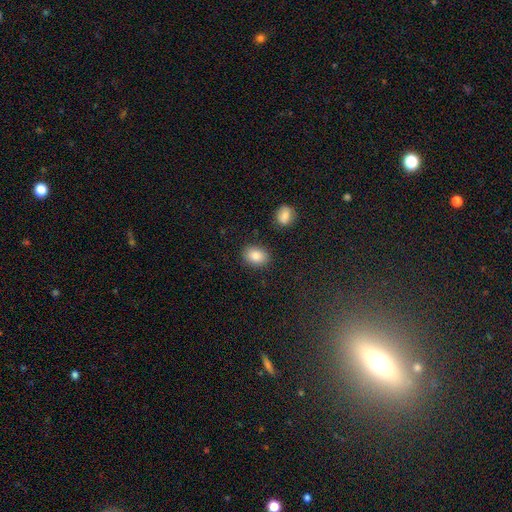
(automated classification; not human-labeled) Smooth or featured? Predicted: smooth (p=0.84). How rounded? Predicted: in between (p=0.66). Merging? Predicted: none (p=0.86).